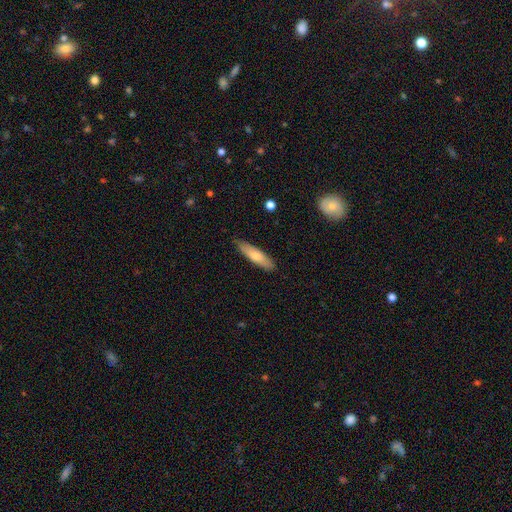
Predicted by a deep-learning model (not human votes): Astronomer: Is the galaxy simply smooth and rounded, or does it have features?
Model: smooth — 70%.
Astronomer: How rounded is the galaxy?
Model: cigar-shaped — 69%.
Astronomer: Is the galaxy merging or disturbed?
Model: none — 84%.